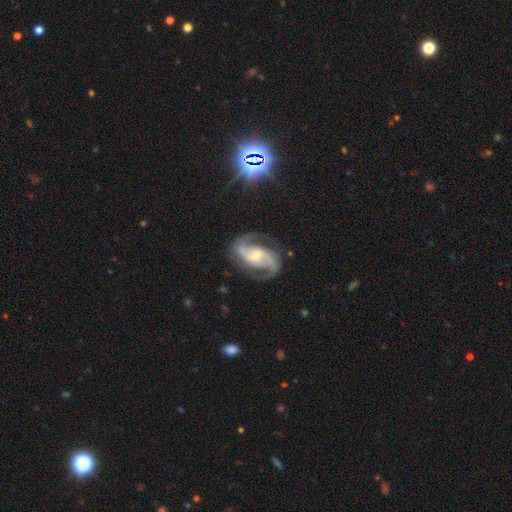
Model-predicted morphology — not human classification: type=featured or disk (91%); edge-on=no (98%); bar=weak (42%); spiral arms=yes (98%); winding=medium (56%); arm count=2 (93%); bulge=small (52%); merging=none (78%).